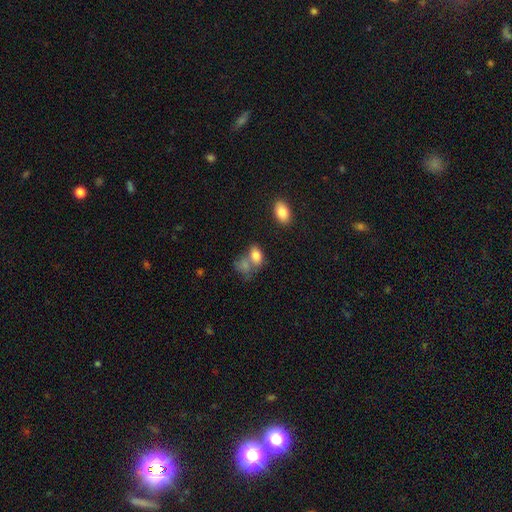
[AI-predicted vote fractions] smooth 81%, star or artifact 9%, featured or disk 9%. Down the decision tree: how rounded — in between (85%); merging — none (39%).